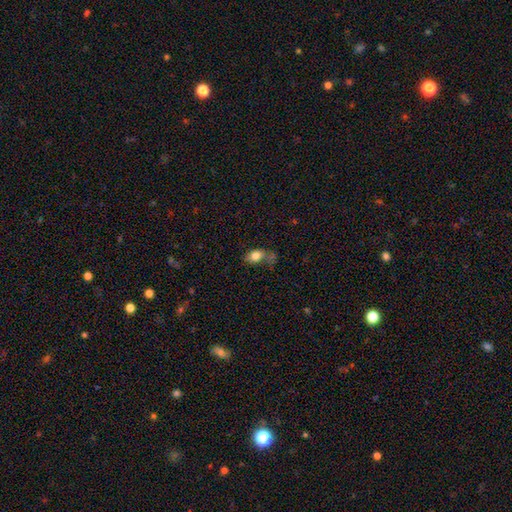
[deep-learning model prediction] Smooth or featured? Predicted: smooth (p=0.80). How rounded? Predicted: in between (p=0.78). Merging? Predicted: none (p=0.43).